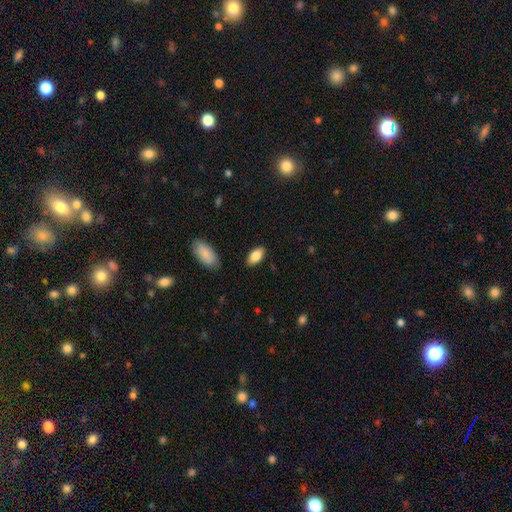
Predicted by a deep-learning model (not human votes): Smooth or featured: smooth — 84% (featured or disk — 9%)
How rounded: in between — 92% (cigar-shaped — 5%)
Merging: none — 86% (minor disturbance — 10%)